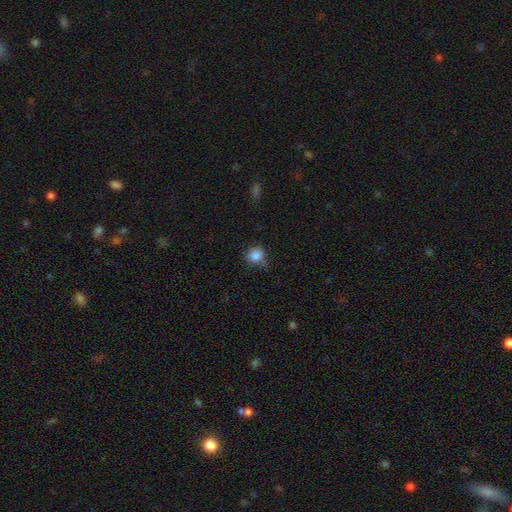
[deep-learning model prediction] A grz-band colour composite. It shows a smooth galaxy with no disk features (86%) that is round (85%). Merging: none (70%).